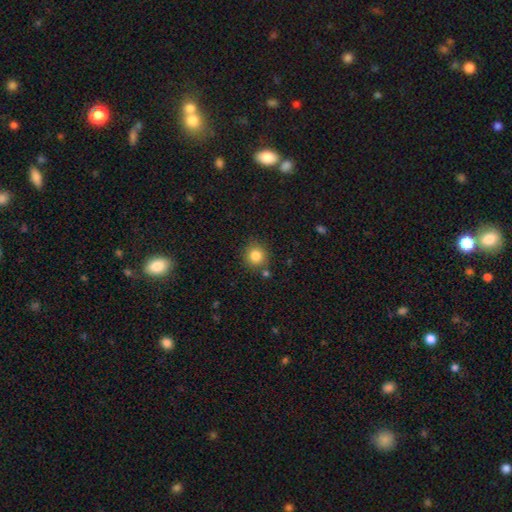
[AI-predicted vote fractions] This appears to be a smooth galaxy with no disk features (83%) that is round (90%). Merging: none (83%).